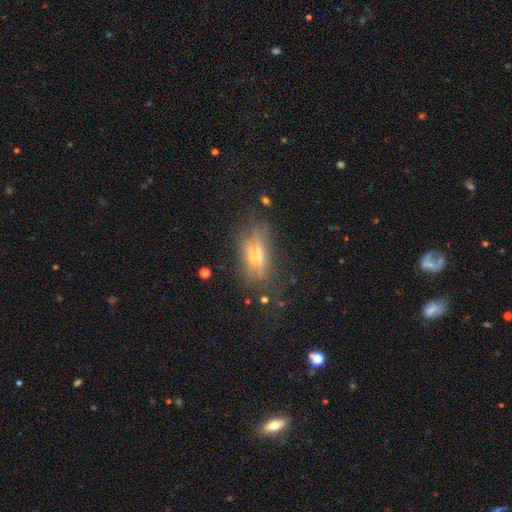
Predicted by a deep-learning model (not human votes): Smooth or featured?
  - smooth: 51% *
  - featured or disk: 36%
  - star or artifact: 12%
How rounded?
  - in between: 72% *
  - cigar-shaped: 23%
  - round: 5%
Merging?
  - none: 58% *
  - minor disturbance: 24%
  - major disturbance: 14%
  - merger: 4%